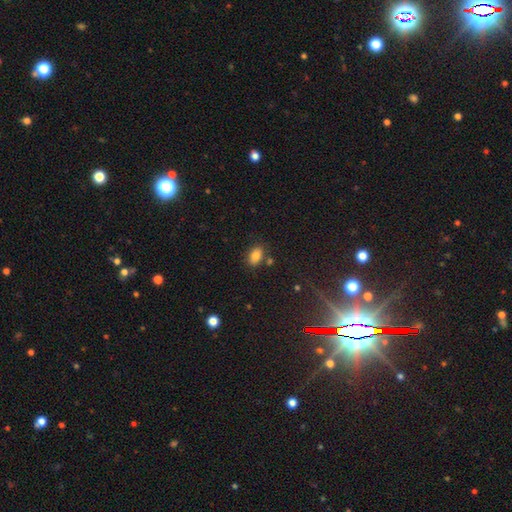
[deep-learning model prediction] Morphology: type=smooth (81%); roundness=in between (87%); merging=none (78%).